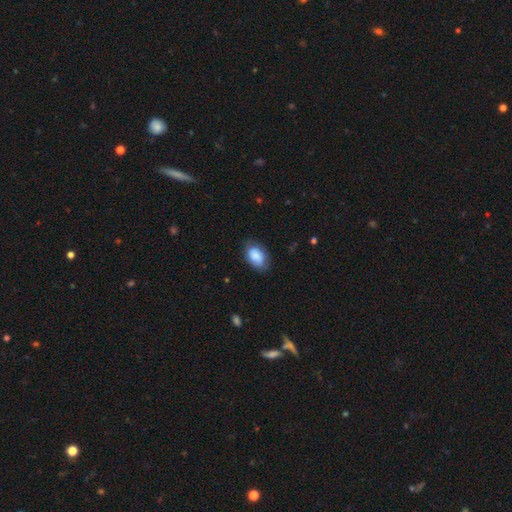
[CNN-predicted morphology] type=smooth (79%); roundness=in between (88%); merging=none (69%).